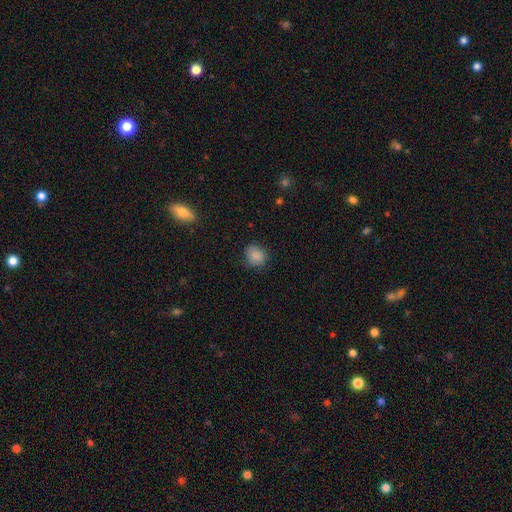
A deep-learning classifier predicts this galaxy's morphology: type=smooth (86%); roundness=round (71%); merging=none (82%).